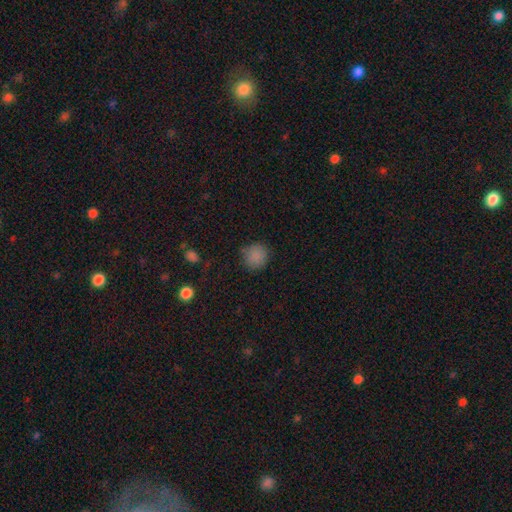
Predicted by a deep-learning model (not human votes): Overall: smooth (84%). How rounded: round (91%). Merging: none (81%).